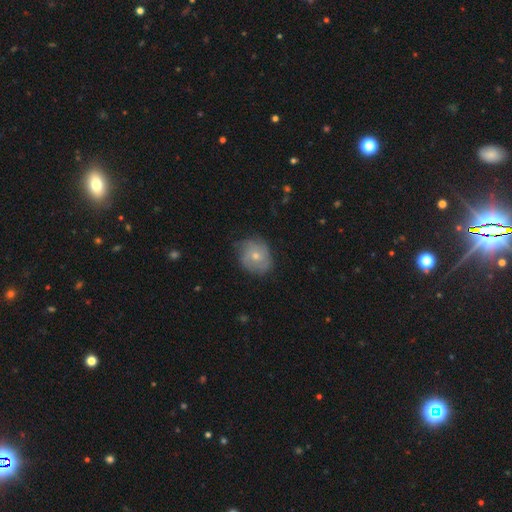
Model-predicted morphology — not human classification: Overall: featured or disk (48%; smooth 44%). Merging: none (69%).